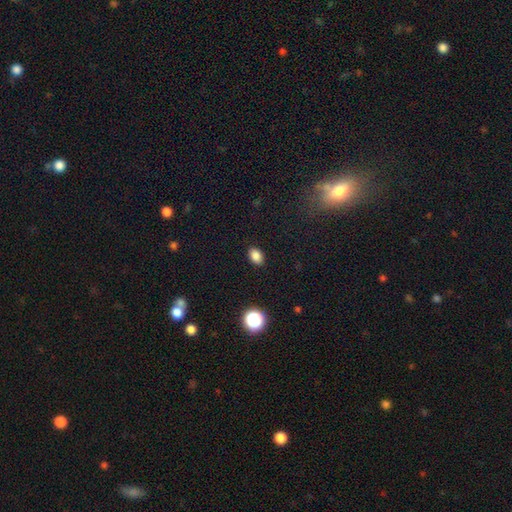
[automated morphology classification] This is clearly a smooth galaxy (85%). How rounded: clearly in between (83%). Merging: clearly none (89%).